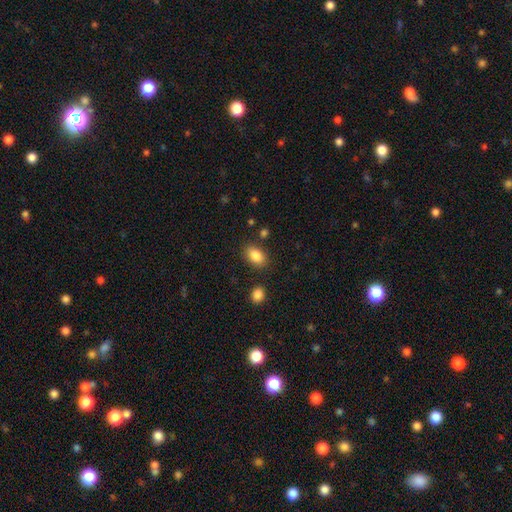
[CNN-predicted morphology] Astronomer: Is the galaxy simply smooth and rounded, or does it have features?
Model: smooth — 87%.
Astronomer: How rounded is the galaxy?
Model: in between — 85%.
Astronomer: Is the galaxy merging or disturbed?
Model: none — 83%.